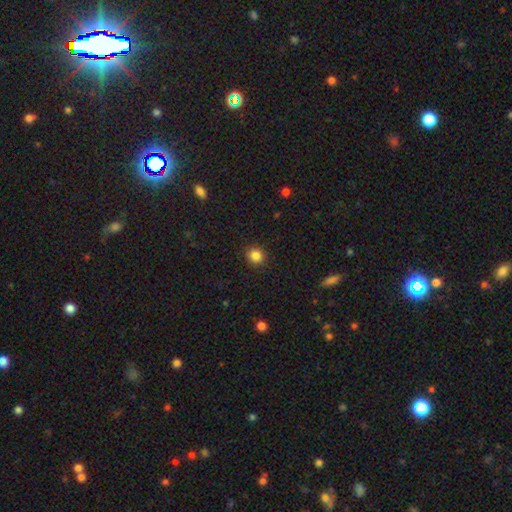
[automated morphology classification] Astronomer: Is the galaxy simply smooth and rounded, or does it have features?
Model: smooth — 85%.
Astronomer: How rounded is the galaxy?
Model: round — 85%.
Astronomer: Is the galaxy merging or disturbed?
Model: none — 91%.